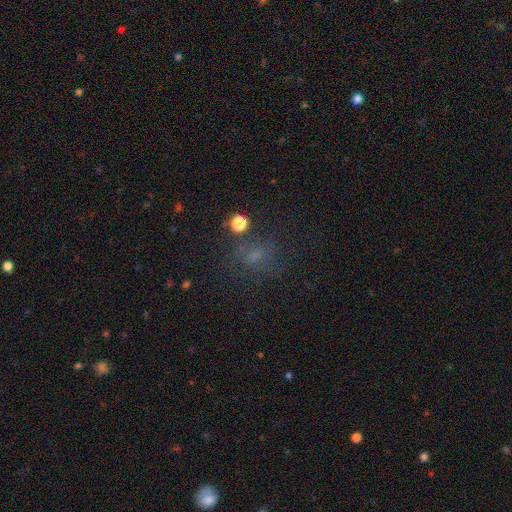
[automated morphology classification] Smooth or featured?
  - smooth: 47% *
  - star or artifact: 34%
  - featured or disk: 19%
Merging?
  - none: 63% *
  - minor disturbance: 17%
  - major disturbance: 14%
  - merger: 7%